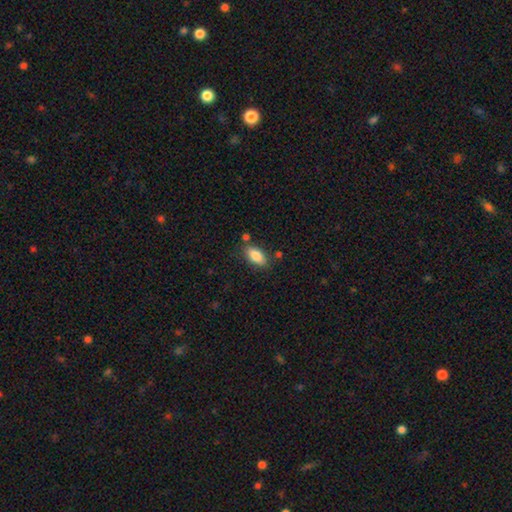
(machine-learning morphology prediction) This is clearly a smooth galaxy (85%). How rounded: clearly in between (90%). Merging: likely none (78%).